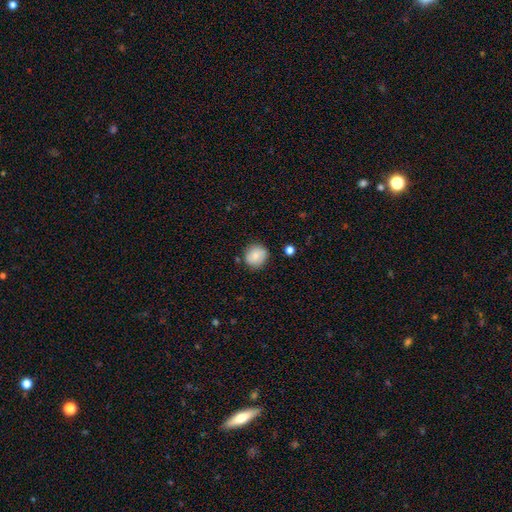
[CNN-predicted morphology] Smooth or featured? Predicted: smooth (p=0.78). How rounded? Predicted: round (p=0.83). Merging? Predicted: none (p=0.80).